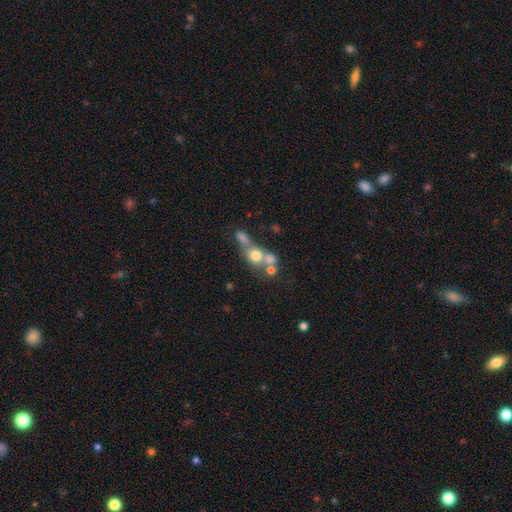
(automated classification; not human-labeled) This is likely a smooth galaxy (64%). How rounded: likely round (74%). Merging: possibly merger (51%).